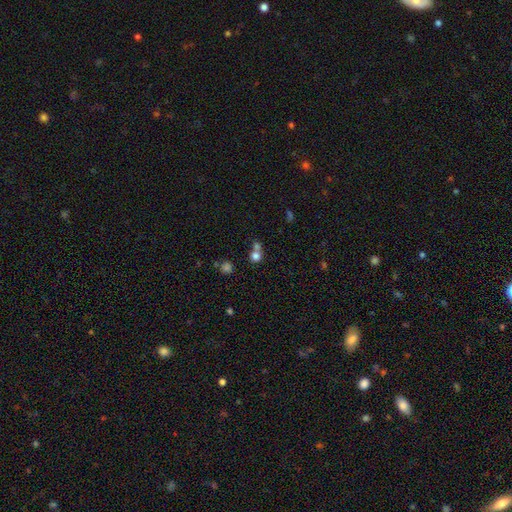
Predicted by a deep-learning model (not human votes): smooth_or_featured: smooth (p=0.75) [alt: star or artifact p=0.16]
how_rounded: round (p=0.84) [alt: in between p=0.14]
merging: none (p=0.45) [alt: merger p=0.44]